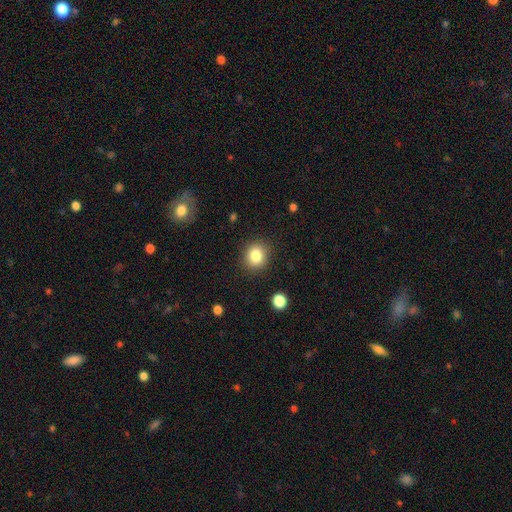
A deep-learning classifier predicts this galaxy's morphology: This is clearly a smooth galaxy (83%). How rounded: clearly round (81%). Merging: clearly none (88%).